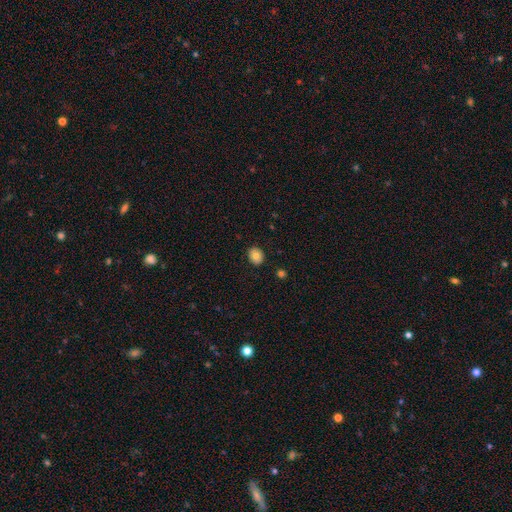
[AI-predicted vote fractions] The model was most divided on "how rounded": round: 59%, in between: 40%, cigar-shaped: 1%. More confident: merging — none (88%); smooth or featured — smooth (78%).